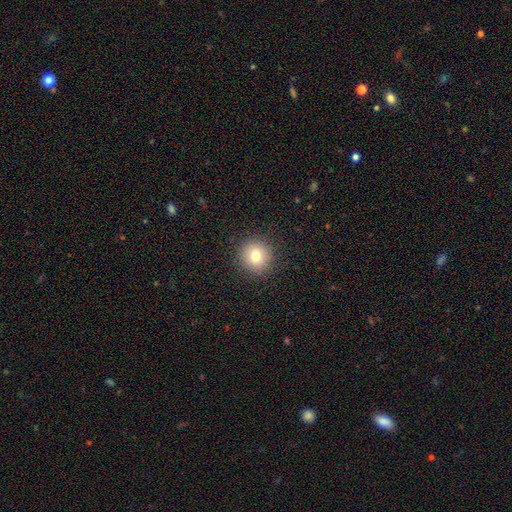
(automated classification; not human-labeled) A smooth galaxy with no disk features (77%) that is round (91%). Merging: none (90%).